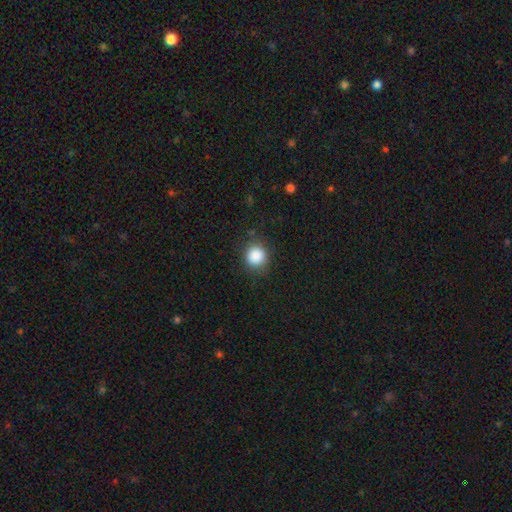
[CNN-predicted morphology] Smooth or featured?
  - smooth: 87% *
  - star or artifact: 10%
  - featured or disk: 4%
How rounded?
  - round: 90% *
  - in between: 9%
  - cigar-shaped: 1%
Merging?
  - none: 86% *
  - minor disturbance: 10%
  - major disturbance: 3%
  - merger: 1%